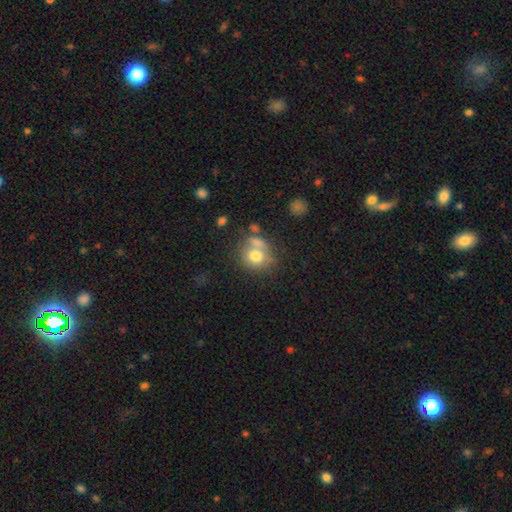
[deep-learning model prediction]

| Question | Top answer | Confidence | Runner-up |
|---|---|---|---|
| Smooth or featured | smooth | 74% | featured or disk (17%) |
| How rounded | round | 75% | in between (24%) |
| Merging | none | 46% | merger (31%) |